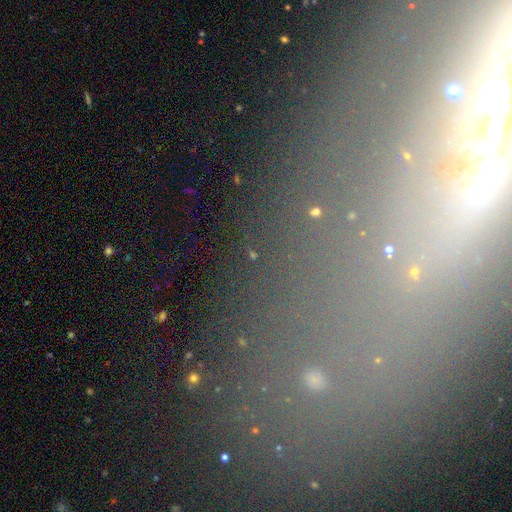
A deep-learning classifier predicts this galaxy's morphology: star or artifact 70%, smooth 17%, featured or disk 13%.